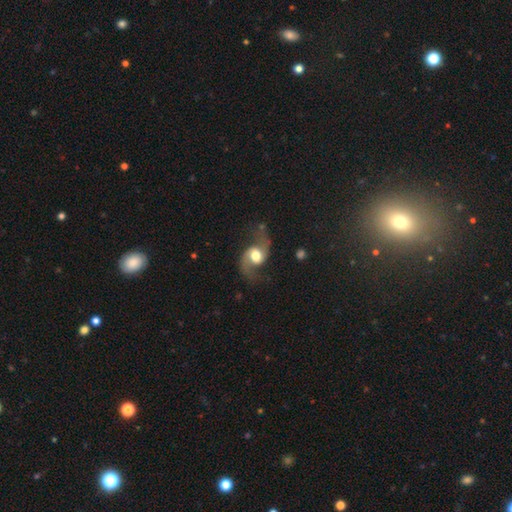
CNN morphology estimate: Smooth or featured? Predicted: featured or disk (p=0.83). Edge-on disk? Predicted: no (p=0.97). Bar? Predicted: no (p=0.58). Spiral arms? Predicted: yes (p=0.95). Spiral winding? Predicted: loose (p=0.69). Spiral arm count? Predicted: 2 (p=0.94). Bulge size? Predicted: moderate (p=0.51). Merging? Predicted: none (p=0.69).